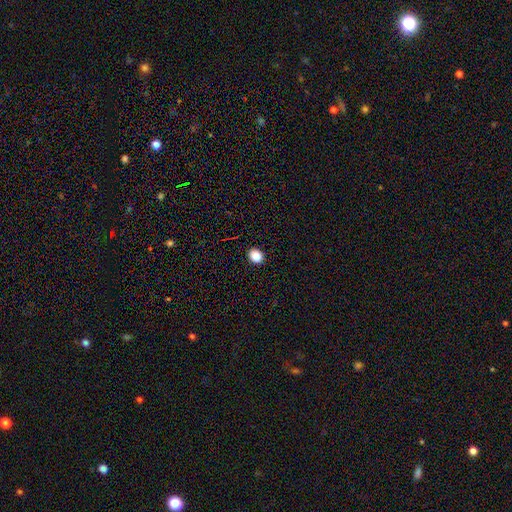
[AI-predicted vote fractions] Overall: smooth (86%). How rounded: round (56%; in between 43%). Merging: none (92%).